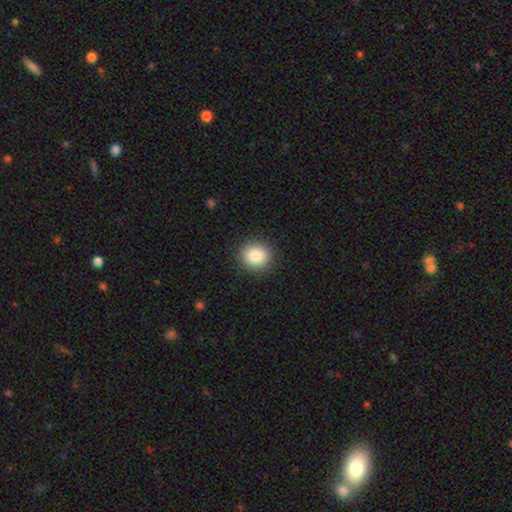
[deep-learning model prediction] This is clearly a smooth galaxy (87%). How rounded: likely round (79%). Merging: clearly none (90%).